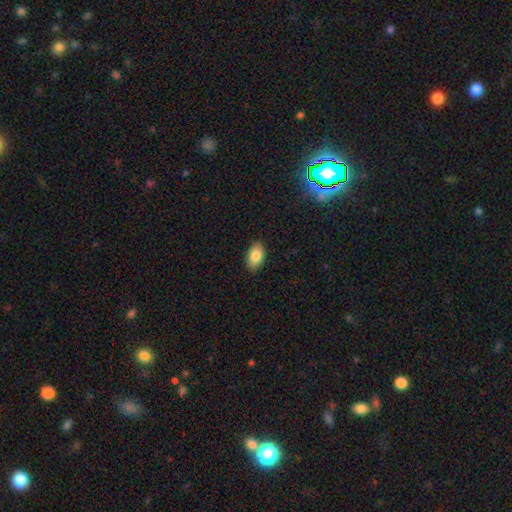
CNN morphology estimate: The model was most divided on "smooth or featured": smooth: 84%, featured or disk: 9%, star or artifact: 7%. More confident: how rounded — in between (93%); merging — none (89%).